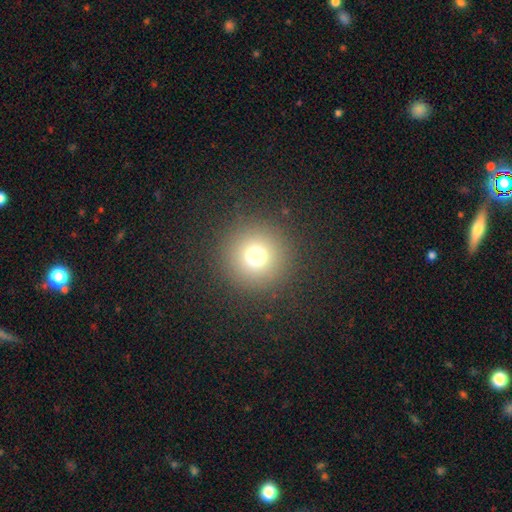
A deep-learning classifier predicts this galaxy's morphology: smooth 72%, star or artifact 19%, featured or disk 9%. Down the decision tree: how rounded — round (97%); merging — none (91%).